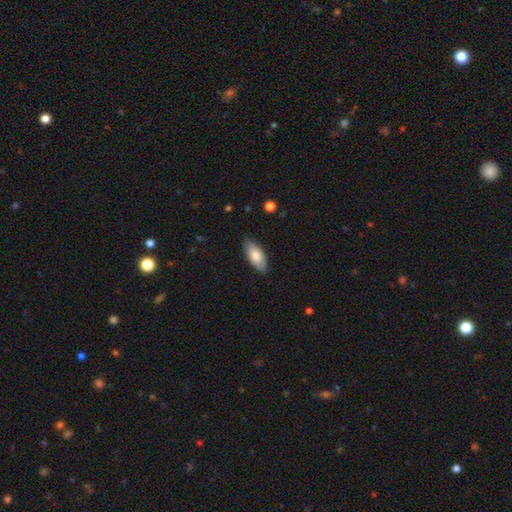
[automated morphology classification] This appears to be a smooth galaxy with no disk features (78%) that is in between round and cigar-shaped (88%). Merging: none (81%).